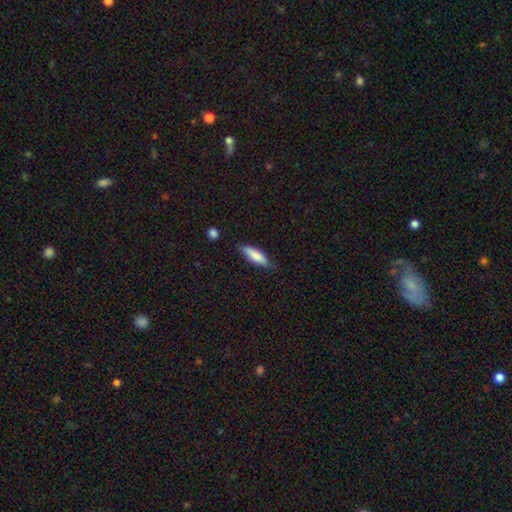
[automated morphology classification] Q: Smooth or featured?
A: smooth (79%); runner-up: featured or disk (15%)
Q: How rounded?
A: cigar-shaped (56%); runner-up: in between (42%)
Q: Merging?
A: none (79%); runner-up: minor disturbance (16%)